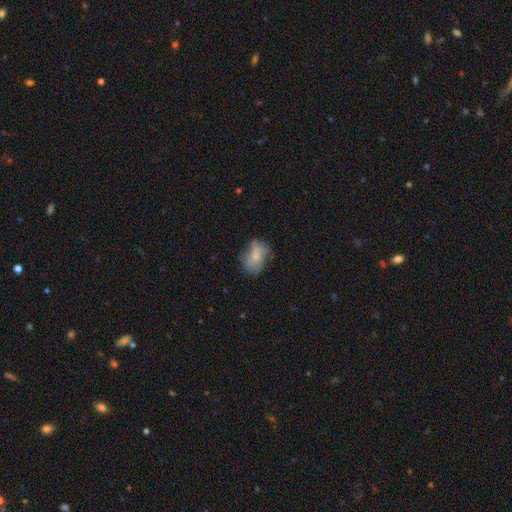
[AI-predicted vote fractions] smooth 61%, featured or disk 30%, star or artifact 9%. Down the decision tree: how rounded — in between (82%); merging — none (53%).